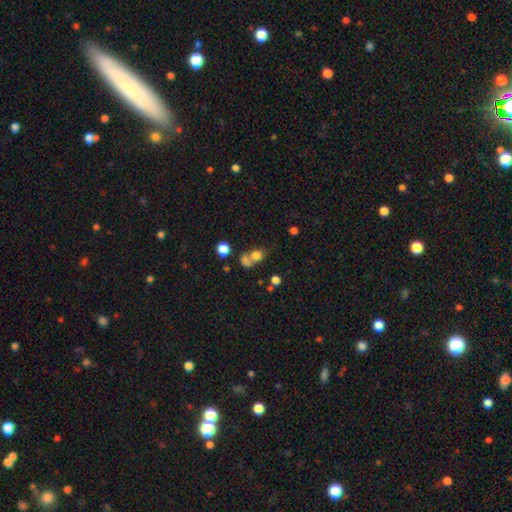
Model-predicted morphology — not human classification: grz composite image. It shows a smooth galaxy with no disk features (73%) that is round (67%). Merging: merger (48%).